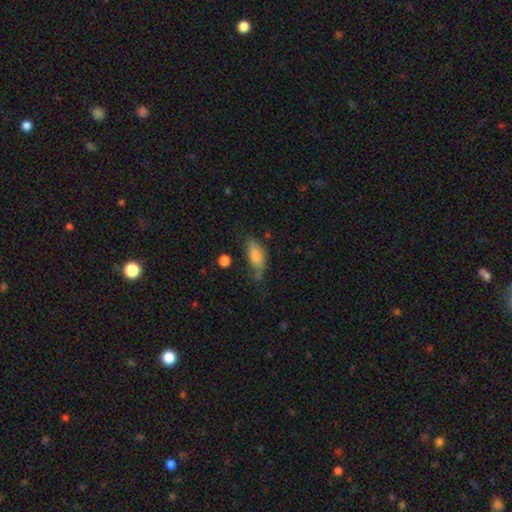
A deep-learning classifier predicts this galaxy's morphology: smooth_or_featured: smooth (p=0.75) [alt: featured or disk p=0.17]
how_rounded: in between (p=0.76) [alt: cigar-shaped p=0.20]
merging: none (p=0.55) [alt: minor disturbance p=0.30]